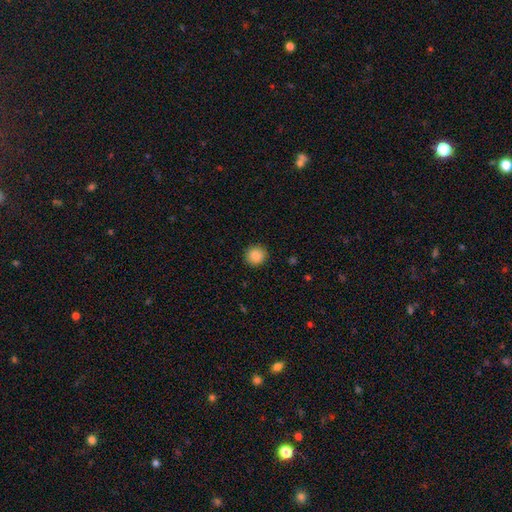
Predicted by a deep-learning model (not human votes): Morphology: type=smooth (85%); roundness=round (91%); merging=none (91%).